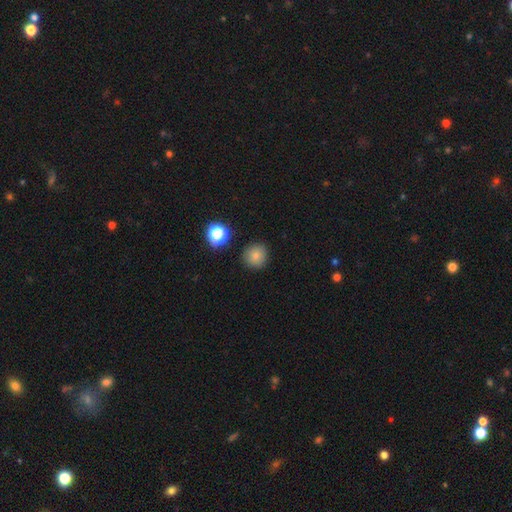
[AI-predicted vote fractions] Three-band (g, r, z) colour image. It shows a smooth galaxy with no disk features (77%) that is round (92%). Merging: none (88%).